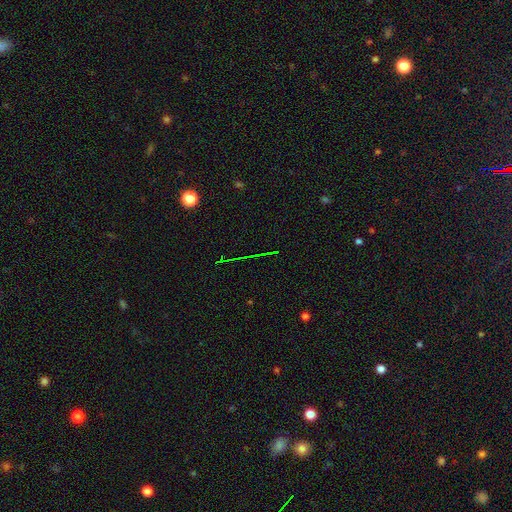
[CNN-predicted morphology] type=star or artifact (73%).